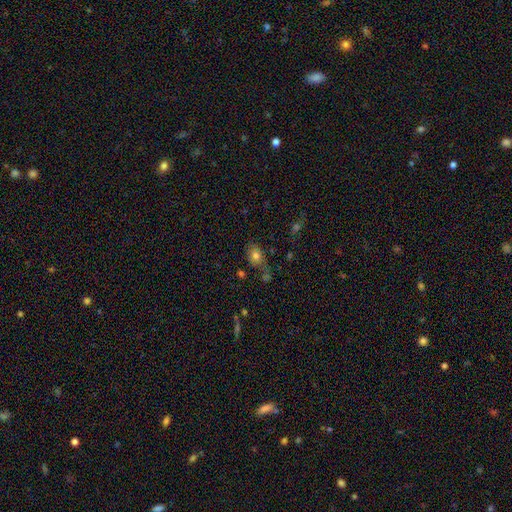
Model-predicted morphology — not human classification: Overall: smooth (77%). How rounded: in between (70%). Merging: none (60%; minor disturbance 21%).